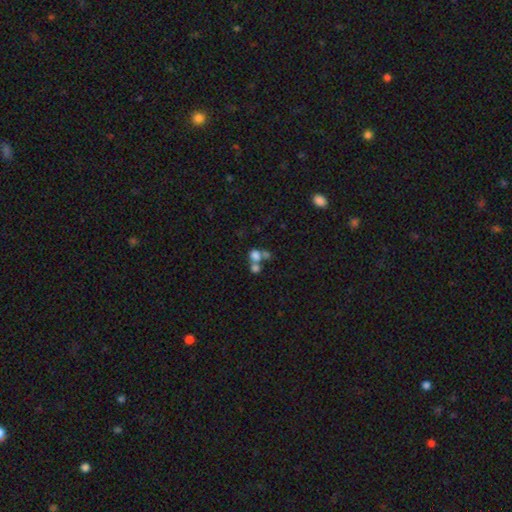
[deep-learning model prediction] smooth-or-featured: smooth: 71% | featured or disk: 15% | star or artifact: 14%
  how-rounded: round: 61% | in between: 38% | cigar-shaped: 2%
  merging: merger: 61% | none: 26% | minor disturbance: 7% | major disturbance: 6%